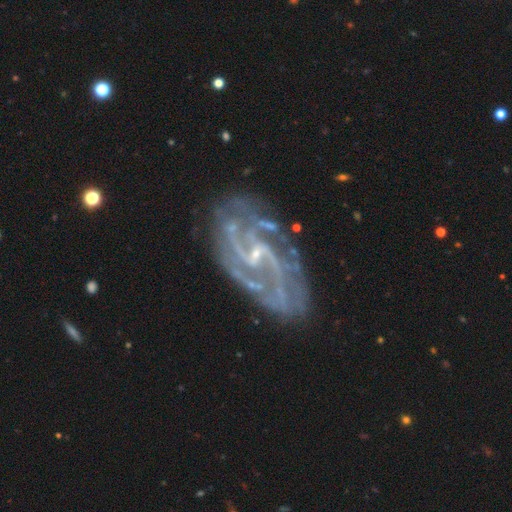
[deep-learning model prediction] Morphology: type=featured or disk (86%); edge-on=no (96%); bar=weak (48%); spiral arms=yes (93%); winding=medium (43%); arm count=2 (39%); bulge=small (67%); merging=none (73%).